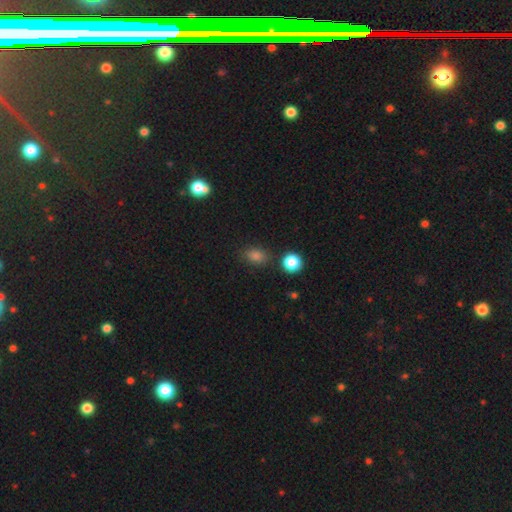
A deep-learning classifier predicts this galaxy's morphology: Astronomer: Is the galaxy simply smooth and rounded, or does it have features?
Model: smooth — 80%.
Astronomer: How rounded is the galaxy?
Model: in between — 69%.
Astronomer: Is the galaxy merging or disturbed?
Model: none — 82%.